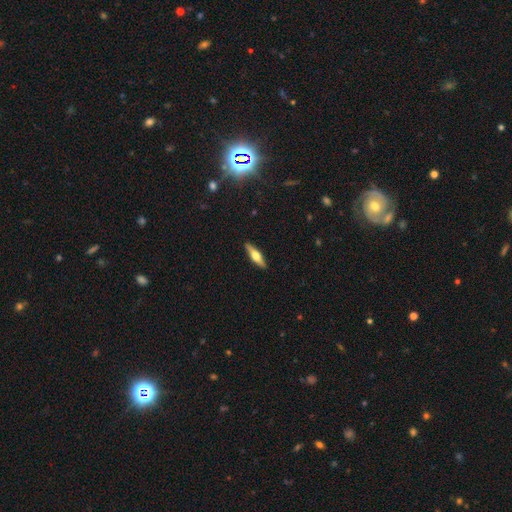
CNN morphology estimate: Smooth or featured? featured or disk (52%)
Edge-on disk? yes (94%)
Merging? none (90%)